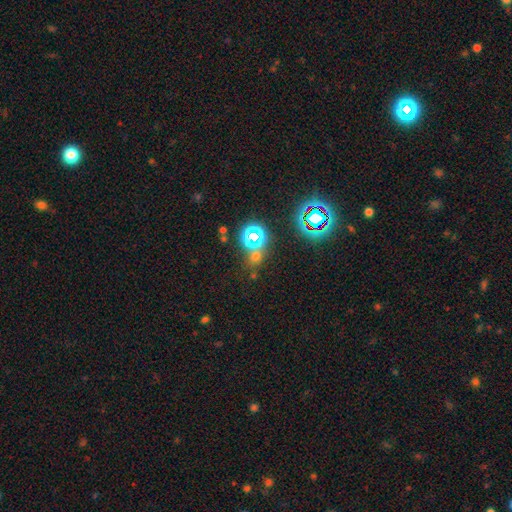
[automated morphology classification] Smooth or featured: star or artifact — 48% (smooth — 44%)